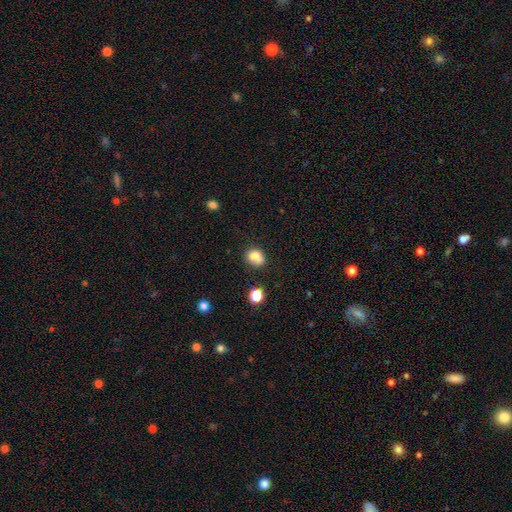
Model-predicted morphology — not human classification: type=smooth (78%); roundness=round (56%); merging=none (51%).